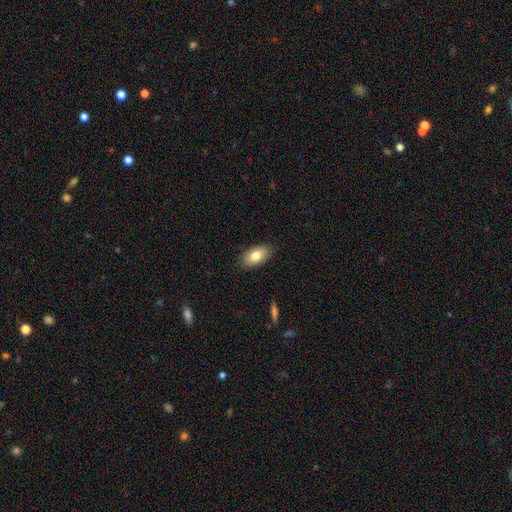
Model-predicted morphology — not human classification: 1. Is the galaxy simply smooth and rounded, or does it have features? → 80% smooth, 13% featured or disk, 7% star or artifact.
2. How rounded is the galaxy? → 93% in between, 4% round, 3% cigar-shaped.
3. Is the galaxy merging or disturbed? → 86% none, 10% minor disturbance, 2% major disturbance, 1% merger.